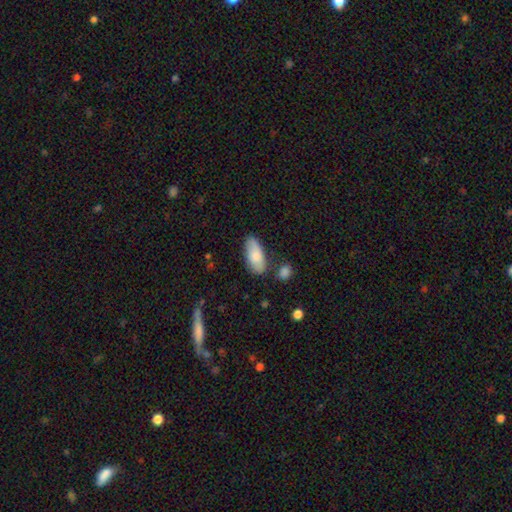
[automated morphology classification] Overall: smooth (81%). How rounded: in between (88%). Merging: none (71%).